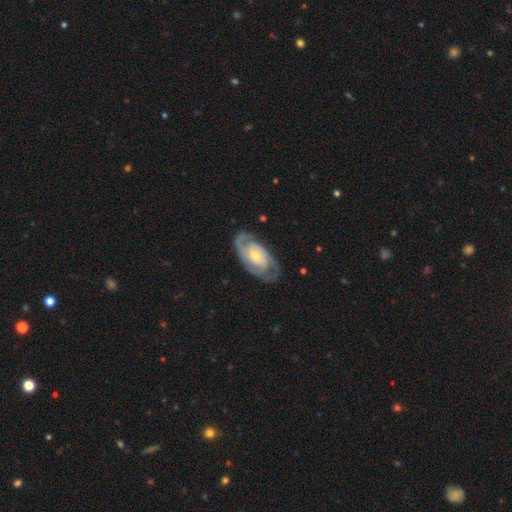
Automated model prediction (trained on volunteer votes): Smooth or featured?
  - featured or disk: 85% *
  - smooth: 11%
  - star or artifact: 4%
Edge-on disk?
  - no: 96% *
  - yes: 4%
Bar?
  - no: 59% *
  - weak: 32%
  - strong: 9%
Spiral arms?
  - yes: 95% *
  - no: 5%
Spiral winding?
  - tight: 53% *
  - medium: 37%
  - loose: 9%
Spiral arm count?
  - 2: 70% *
  - can't tell: 13%
  - 3: 9%
  - 1: 3%
  - 4: 2%
  - more than 4: 2%
Bulge size?
  - small: 53% *
  - moderate: 42%
  - large: 3%
  - none: 2%
  - dominant: 1%
Merging?
  - none: 74% *
  - minor disturbance: 17%
  - major disturbance: 7%
  - merger: 1%